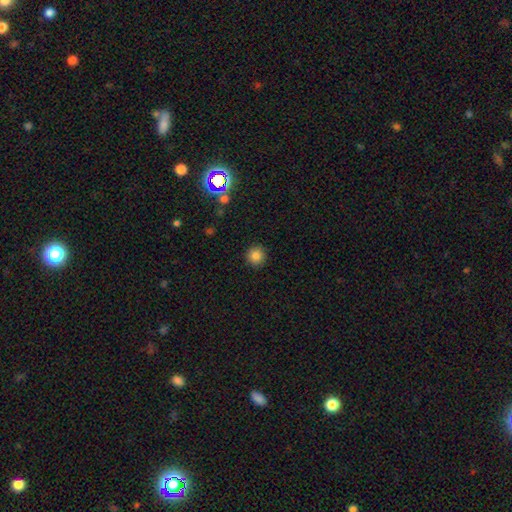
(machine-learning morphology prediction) This is clearly a smooth galaxy (82%). How rounded: clearly round (95%). Merging: clearly none (92%).